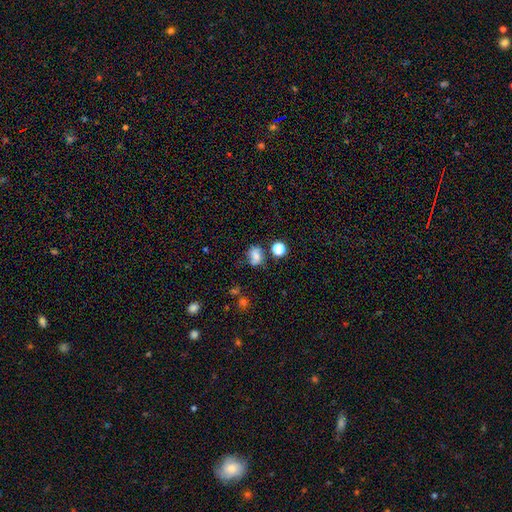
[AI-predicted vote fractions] Smooth or featured?
  - smooth: 56% *
  - featured or disk: 26%
  - star or artifact: 17%
How rounded?
  - in between: 55% *
  - round: 43%
  - cigar-shaped: 2%
Merging?
  - none: 56% *
  - minor disturbance: 23%
  - merger: 10%
  - major disturbance: 10%